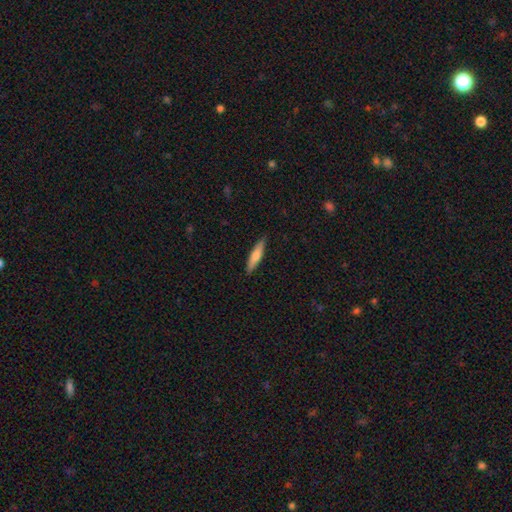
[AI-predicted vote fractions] This appears to be a smooth galaxy with no disk features (63%) that is cigar-shaped (83%). Merging: none (89%).